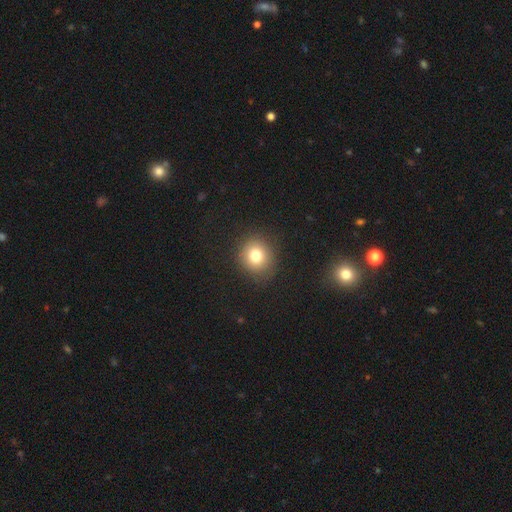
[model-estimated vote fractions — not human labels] smooth-or-featured: smooth: 78% | star or artifact: 13% | featured or disk: 9%
  how-rounded: round: 85% | in between: 14% | cigar-shaped: 1%
  merging: none: 88% | minor disturbance: 7% | major disturbance: 3% | merger: 1%